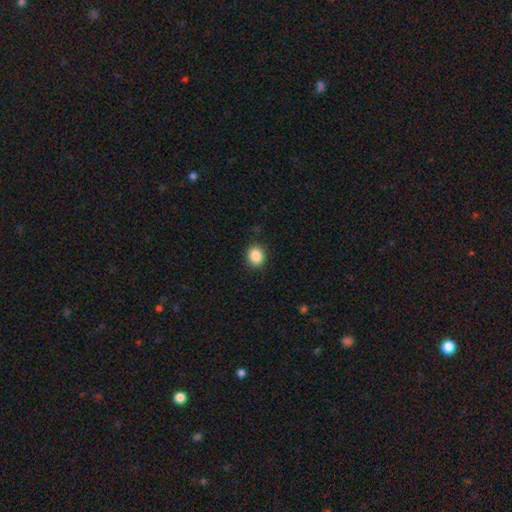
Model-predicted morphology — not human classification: This is clearly a smooth galaxy (86%). How rounded: likely round (71%). Merging: clearly none (90%).